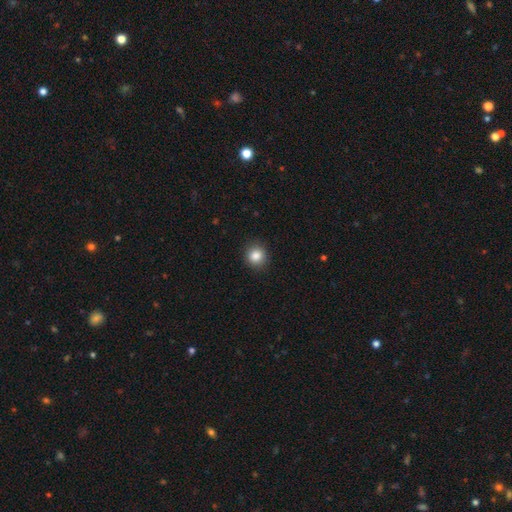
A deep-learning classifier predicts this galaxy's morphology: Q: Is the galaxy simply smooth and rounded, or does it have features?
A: smooth — 86%.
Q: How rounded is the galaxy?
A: round — 86%.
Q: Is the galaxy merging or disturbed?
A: none — 90%.